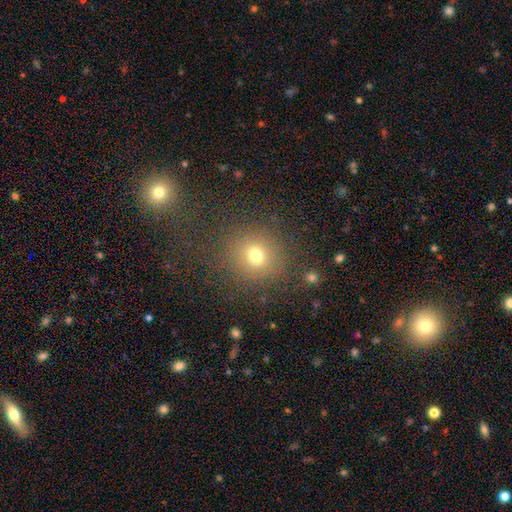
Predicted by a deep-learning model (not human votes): This appears to be a smooth galaxy with no disk features (71%) that is round (82%). Merging: none (82%).